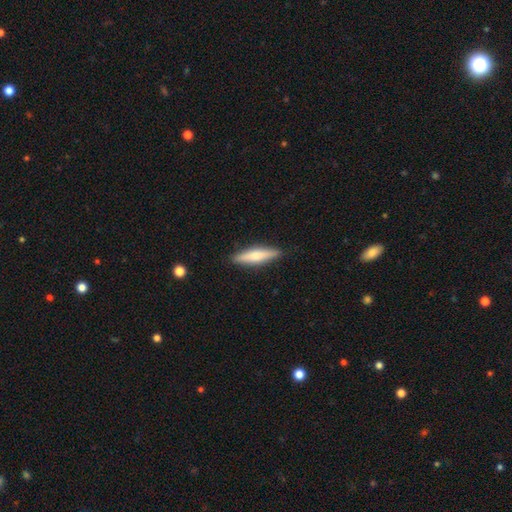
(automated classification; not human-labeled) Smooth or featured? Predicted: smooth (p=0.64). How rounded? Predicted: cigar-shaped (p=0.80). Merging? Predicted: none (p=0.89).